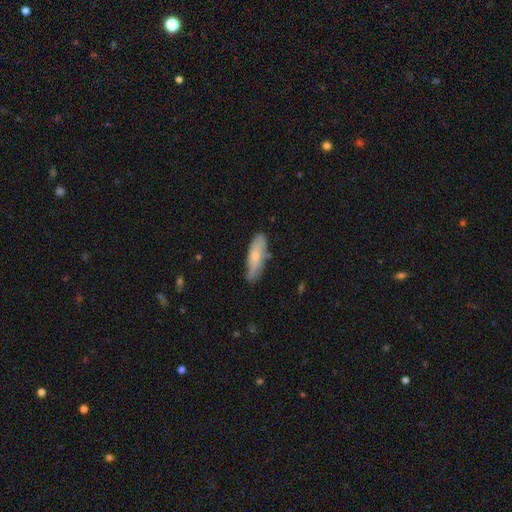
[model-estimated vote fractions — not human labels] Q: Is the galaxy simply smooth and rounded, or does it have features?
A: smooth — 66%.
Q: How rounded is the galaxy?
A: in between — 51%.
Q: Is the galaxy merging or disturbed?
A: none — 76%.